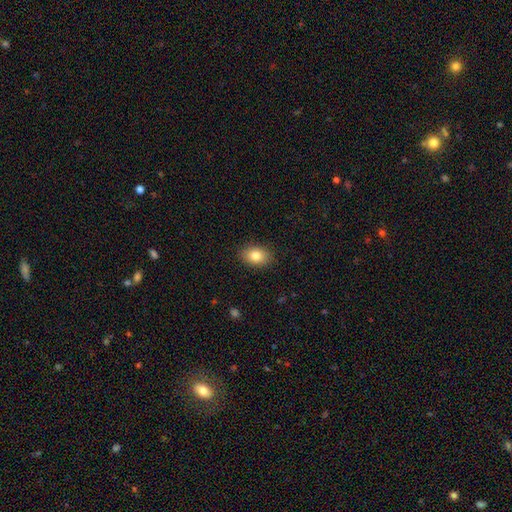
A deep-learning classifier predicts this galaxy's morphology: smooth-or-featured: smooth: 82% | featured or disk: 9% | star or artifact: 9%
  how-rounded: in between: 81% | round: 18% | cigar-shaped: 1%
  merging: none: 89% | minor disturbance: 8% | major disturbance: 2% | merger: 1%